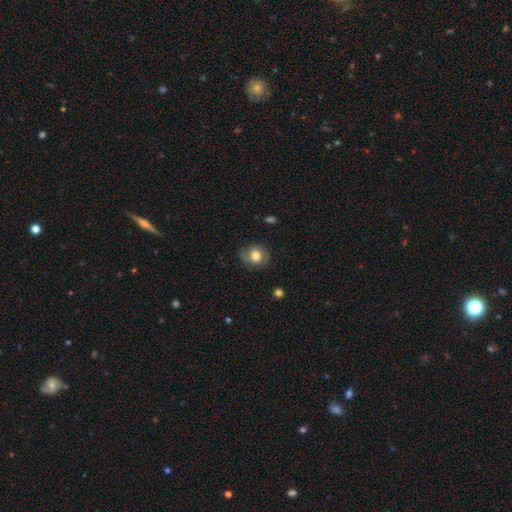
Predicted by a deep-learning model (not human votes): A smooth galaxy with no disk features (66%) that is round (69%).

Vote fractions:
- Smooth or featured? smooth: 66% / featured or disk: 25% / star or artifact: 9%
- How rounded? round: 69% / in between: 30% / cigar-shaped: 1%
- Merging? none: 66% / minor disturbance: 22% / major disturbance: 10% / merger: 1%